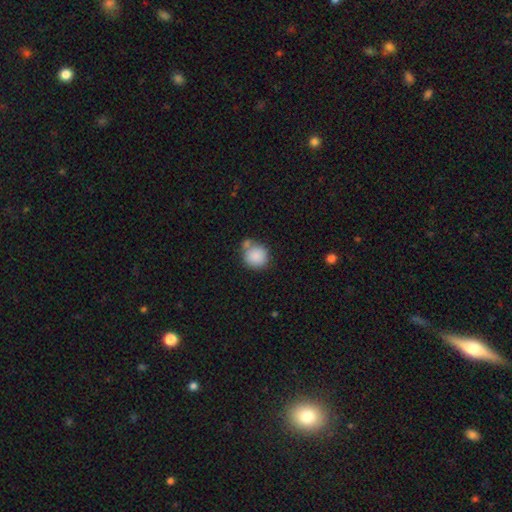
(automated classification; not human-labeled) Morphology: type=smooth (87%); roundness=round (89%); merging=none (57%).